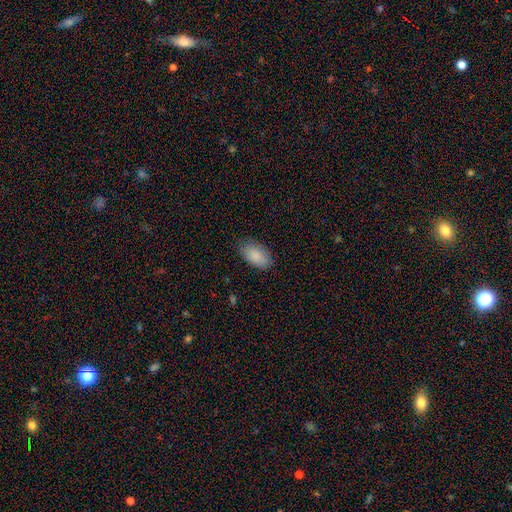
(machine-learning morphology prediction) This appears to be a smooth galaxy with no disk features (89%) that is in between round and cigar-shaped (95%). Merging: none (83%).